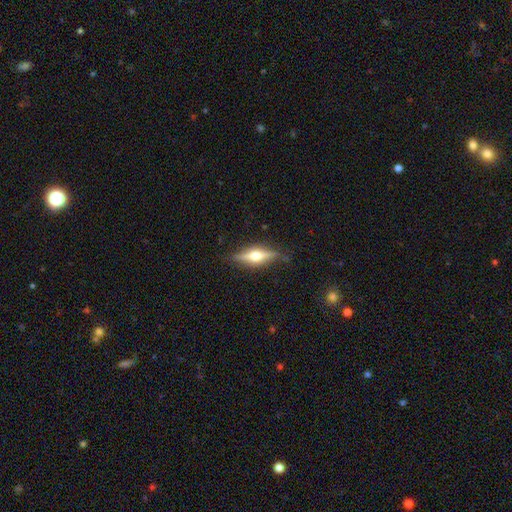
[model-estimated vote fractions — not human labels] A featured or disk galaxy (73%) viewed edge-on (96%) with a rounded central bulge (94%). Merging: none (86%).